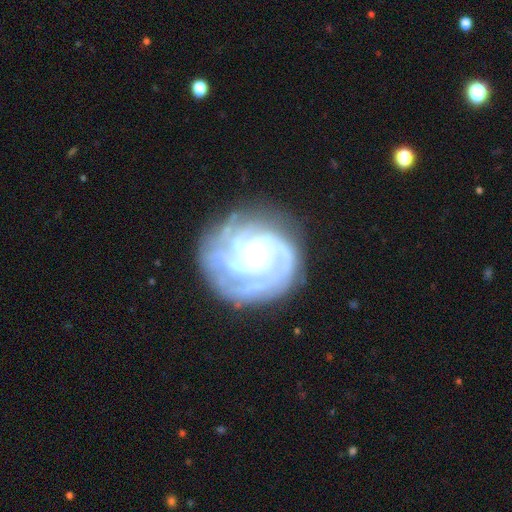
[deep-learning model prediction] Smooth or featured?
  - featured or disk: 88% *
  - smooth: 7%
  - star or artifact: 5%
Edge-on disk?
  - no: 98% *
  - yes: 2%
Bar?
  - no: 67% *
  - weak: 26%
  - strong: 8%
Spiral arms?
  - yes: 97% *
  - no: 3%
Spiral winding?
  - tight: 69% *
  - medium: 26%
  - loose: 5%
Spiral arm count?
  - 3: 34% *
  - 2: 21%
  - can't tell: 20%
  - 4: 13%
  - 1: 6%
  - more than 4: 6%
Bulge size?
  - small: 55% *
  - moderate: 38%
  - large: 4%
  - none: 3%
  - dominant: 1%
Merging?
  - none: 73% *
  - minor disturbance: 16%
  - major disturbance: 8%
  - merger: 2%